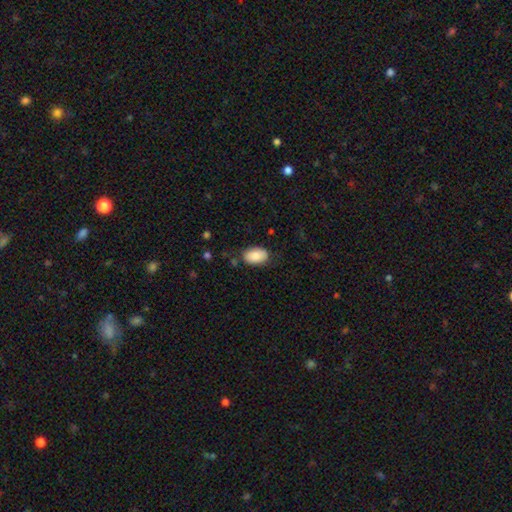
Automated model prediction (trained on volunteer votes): Smooth or featured: smooth — 86% (featured or disk — 7%)
How rounded: in between — 92% (round — 7%)
Merging: none — 81% (minor disturbance — 14%)